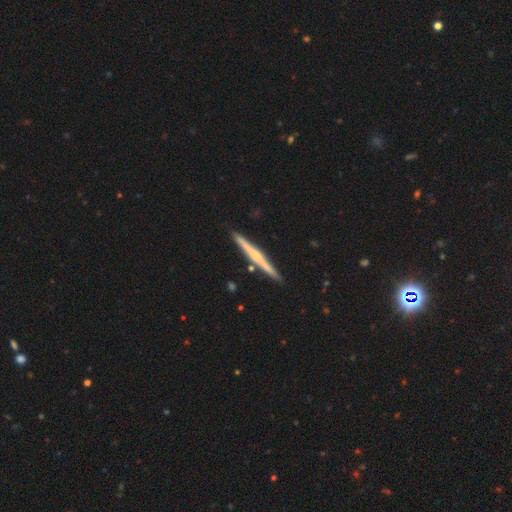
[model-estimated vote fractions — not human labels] smooth_or_featured: featured or disk (p=0.69) [alt: smooth p=0.26]
disk_edge_on: yes (p=0.98) [alt: no p=0.02]
edge_on_bulge: rounded (p=0.62) [alt: none p=0.28]
merging: none (p=0.90) [alt: minor disturbance p=0.06]